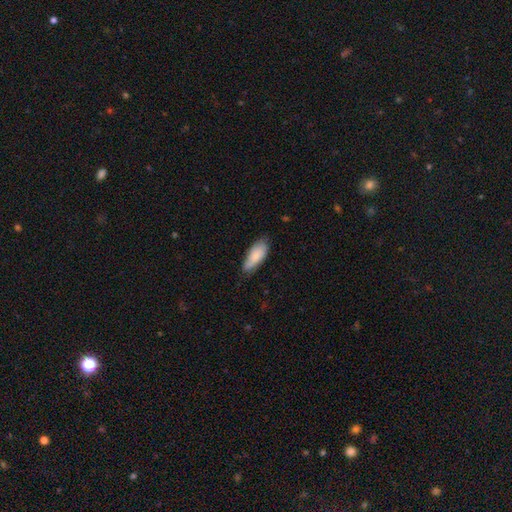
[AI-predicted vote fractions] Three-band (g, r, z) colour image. It shows a smooth galaxy with no disk features (80%) that is in between round and cigar-shaped (79%). Merging: none (65%).